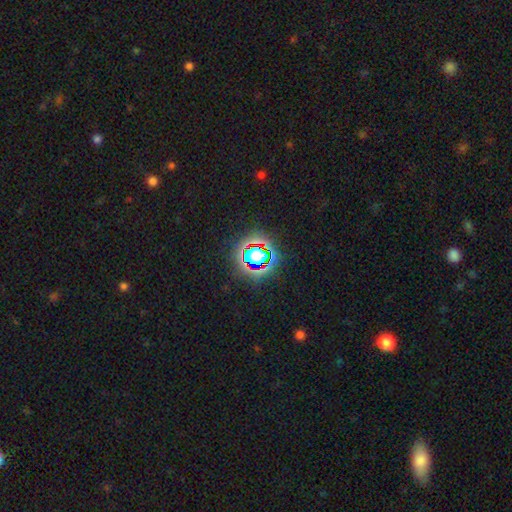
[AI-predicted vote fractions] Smooth or featured: star or artifact — 67% (smooth — 21%)